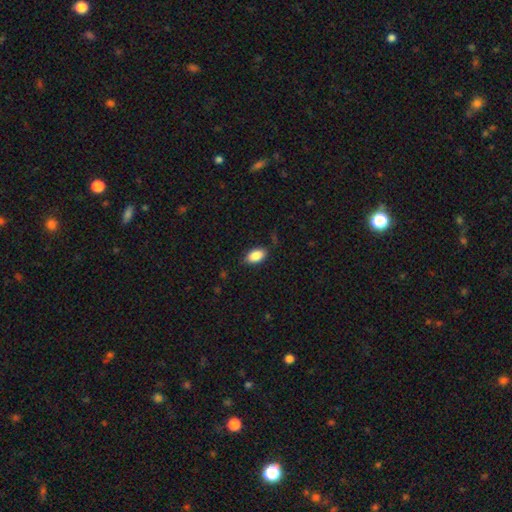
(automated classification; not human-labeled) Q: Smooth or featured?
A: smooth (88%); runner-up: star or artifact (7%)
Q: How rounded?
A: in between (93%); runner-up: round (4%)
Q: Merging?
A: none (83%); runner-up: minor disturbance (13%)